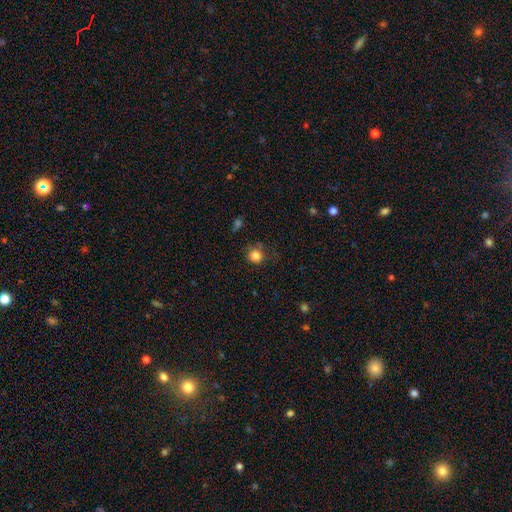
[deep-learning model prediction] Smooth or featured?
  - smooth: 83% *
  - star or artifact: 12%
  - featured or disk: 6%
How rounded?
  - round: 89% *
  - in between: 10%
  - cigar-shaped: 1%
Merging?
  - none: 74% *
  - minor disturbance: 17%
  - major disturbance: 6%
  - merger: 2%